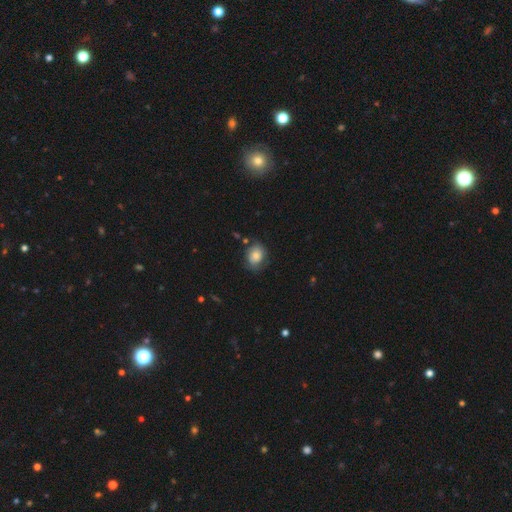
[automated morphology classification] A smooth galaxy with no disk features (73%) that is in between round and cigar-shaped (51%). Merging: none (64%).